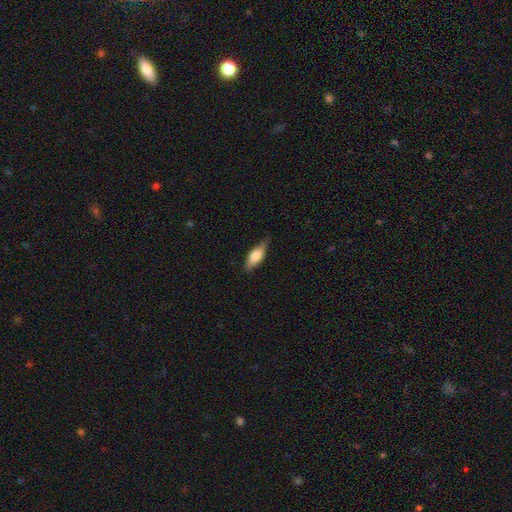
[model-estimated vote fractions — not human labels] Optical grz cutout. It shows a smooth galaxy with no disk features (65%) that is in between round and cigar-shaped (67%). Merging: none (73%).